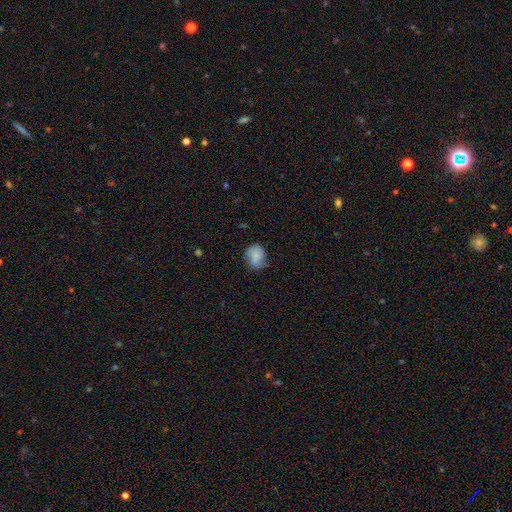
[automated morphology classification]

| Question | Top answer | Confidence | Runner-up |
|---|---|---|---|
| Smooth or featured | smooth | 70% | featured or disk (21%) |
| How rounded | round | 61% | in between (38%) |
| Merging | none | 58% | minor disturbance (30%) |